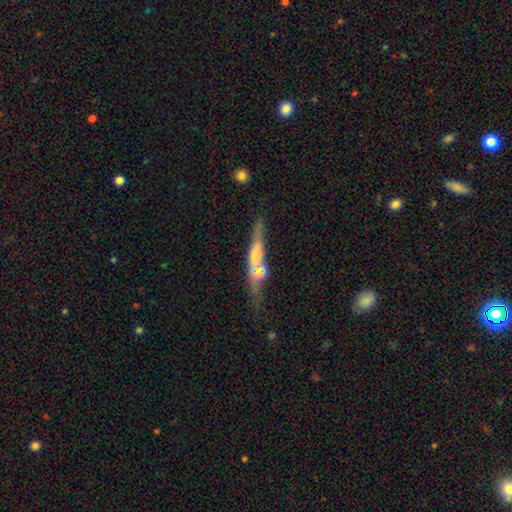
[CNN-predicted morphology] Smooth or featured?
  - featured or disk: 63% *
  - smooth: 29%
  - star or artifact: 9%
Edge-on disk?
  - yes: 91% *
  - no: 9%
Edge-on bulge?
  - rounded: 77% *
  - none: 14%
  - boxy: 9%
Merging?
  - none: 66% *
  - minor disturbance: 14%
  - merger: 14%
  - major disturbance: 5%